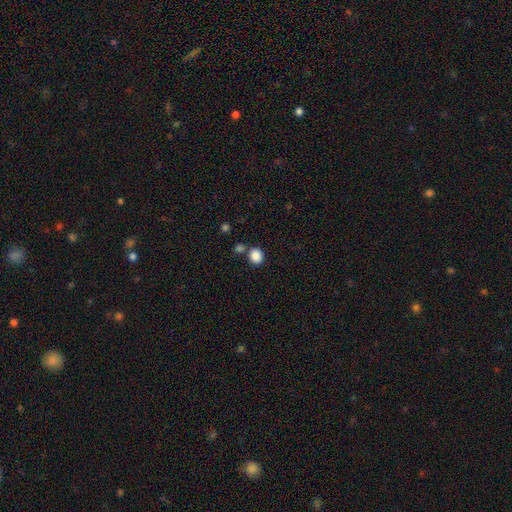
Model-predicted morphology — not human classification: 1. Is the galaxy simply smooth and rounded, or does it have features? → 87% smooth, 10% star or artifact, 4% featured or disk.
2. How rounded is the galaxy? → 67% round, 32% in between, 1% cigar-shaped.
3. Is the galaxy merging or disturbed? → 69% none, 16% merger, 11% minor disturbance, 4% major disturbance.